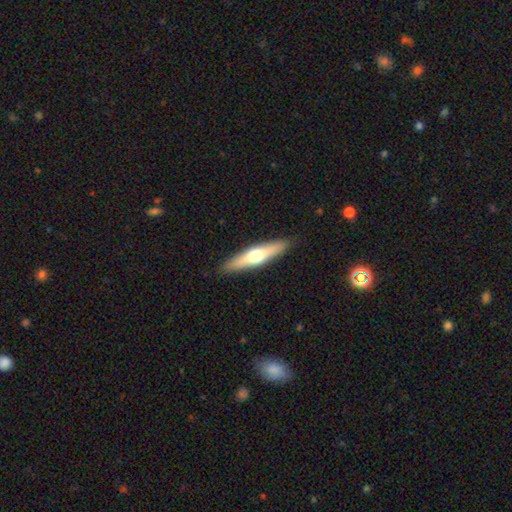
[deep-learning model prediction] The model was most divided on "smooth or featured": smooth: 48%, featured or disk: 47%, star or artifact: 5%. More confident: merging — none (90%).